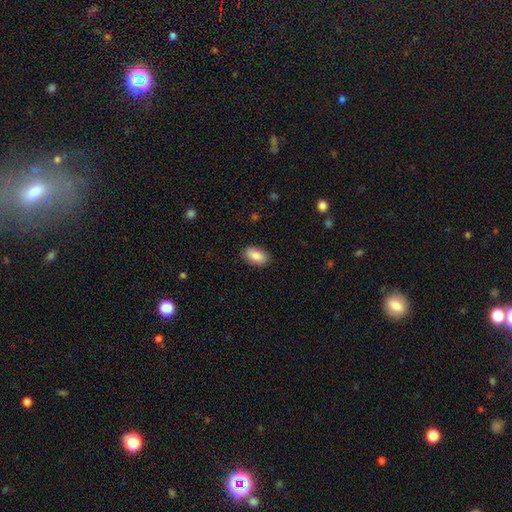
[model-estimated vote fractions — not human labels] smooth_or_featured: smooth (p=0.86) [alt: featured or disk p=0.07]
how_rounded: in between (p=0.93) [alt: round p=0.05]
merging: none (p=0.88) [alt: minor disturbance p=0.09]